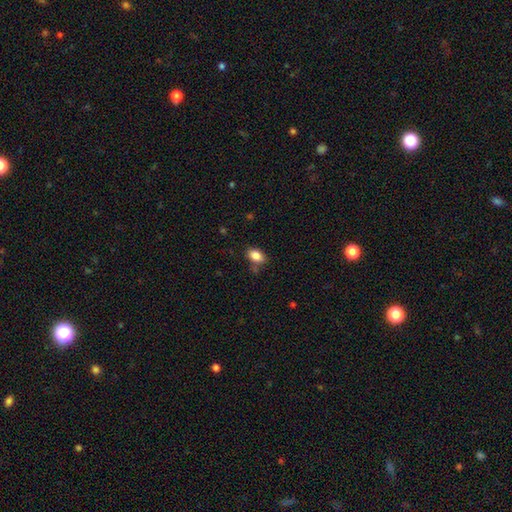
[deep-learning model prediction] A smooth galaxy with no disk features (85%) that is in between round and cigar-shaped (86%).

Vote fractions:
- Smooth or featured? smooth: 85% / star or artifact: 9% / featured or disk: 6%
- How rounded? in between: 86% / round: 13% / cigar-shaped: 2%
- Merging? none: 76% / minor disturbance: 15% / merger: 6% / major disturbance: 4%